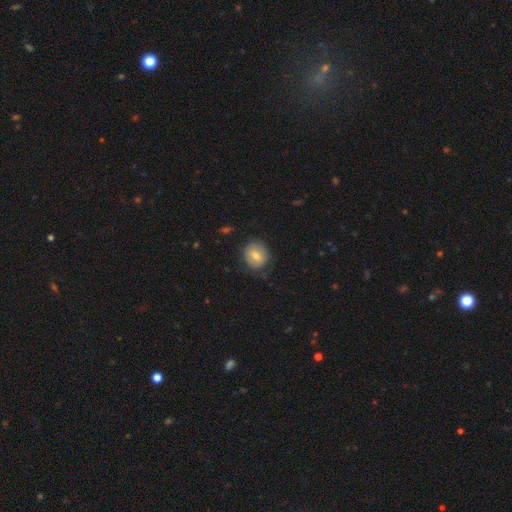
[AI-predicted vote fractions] A smooth galaxy with no disk features (67%) that is round (71%).

Vote fractions:
- Smooth or featured? smooth: 67% / featured or disk: 26% / star or artifact: 8%
- How rounded? round: 71% / in between: 28% / cigar-shaped: 1%
- Merging? none: 75% / minor disturbance: 18% / major disturbance: 6% / merger: 1%